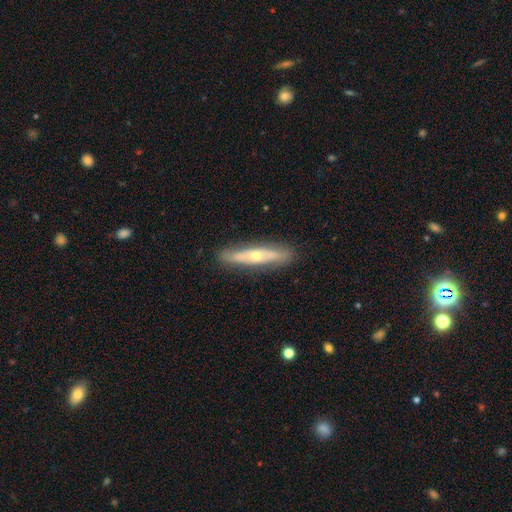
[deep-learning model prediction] This appears to be a featured or disk galaxy (58%) viewed edge-on (74%). Merging: none (87%).